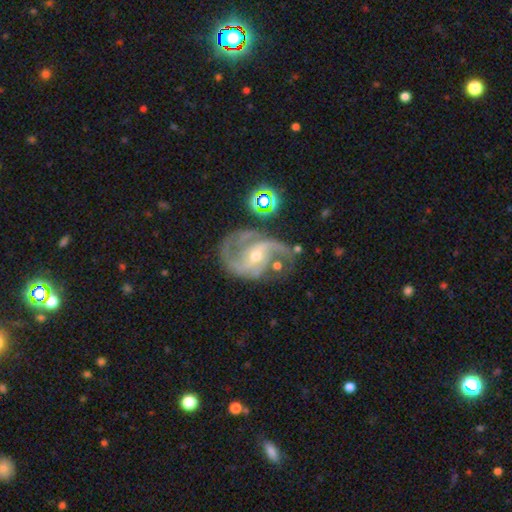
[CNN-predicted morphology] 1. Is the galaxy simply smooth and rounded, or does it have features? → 89% featured or disk, 7% star or artifact, 4% smooth.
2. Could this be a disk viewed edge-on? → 98% no, 2% yes.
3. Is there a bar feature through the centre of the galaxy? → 41% weak, 30% no, 29% strong.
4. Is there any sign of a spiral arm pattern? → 97% yes, 3% no.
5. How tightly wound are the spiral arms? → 53% medium, 31% loose, 15% tight.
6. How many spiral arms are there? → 73% 2, 13% 3, 6% can't tell, 3% 1, 3% 4, 2% more than 4.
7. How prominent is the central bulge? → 62% small, 35% moderate, 1% large, 1% none, 1% dominant.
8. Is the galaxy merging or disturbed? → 54% none, 22% minor disturbance, 17% major disturbance, 6% merger.